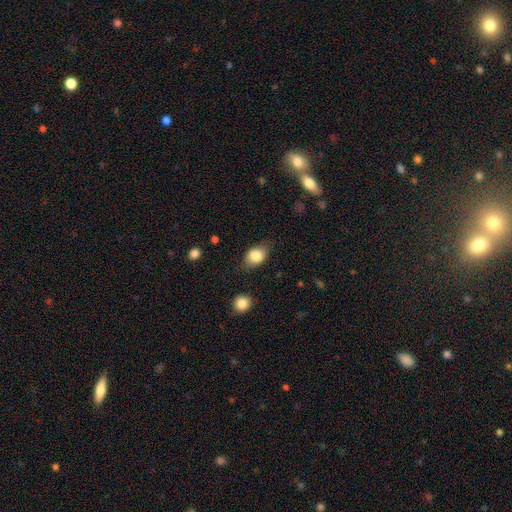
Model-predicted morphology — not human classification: This appears to be a smooth galaxy with no disk features (80%) that is in between round and cigar-shaped (79%). Merging: none (73%).